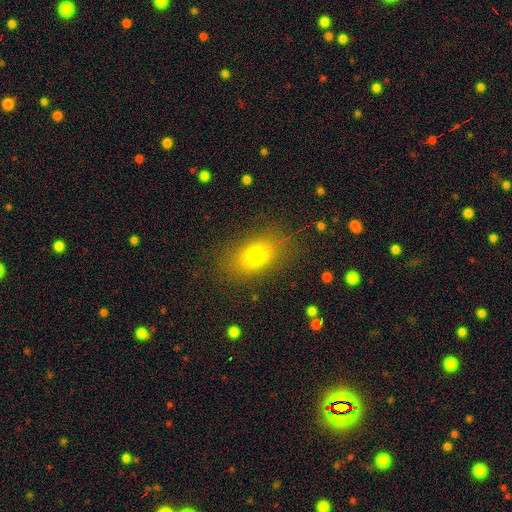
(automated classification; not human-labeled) smooth 71%, featured or disk 14%, star or artifact 14%. Down the decision tree: how rounded — in between (77%); merging — none (81%).